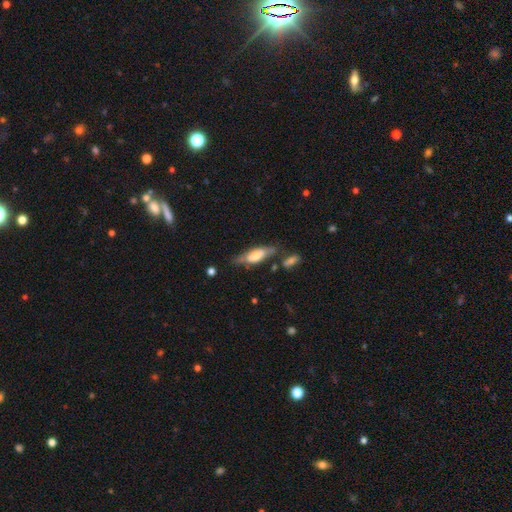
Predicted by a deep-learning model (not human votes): Smooth or featured: smooth — 51% (featured or disk — 42%)
How rounded: in between — 56% (cigar-shaped — 42%)
Merging: none — 58% (minor disturbance — 23%)